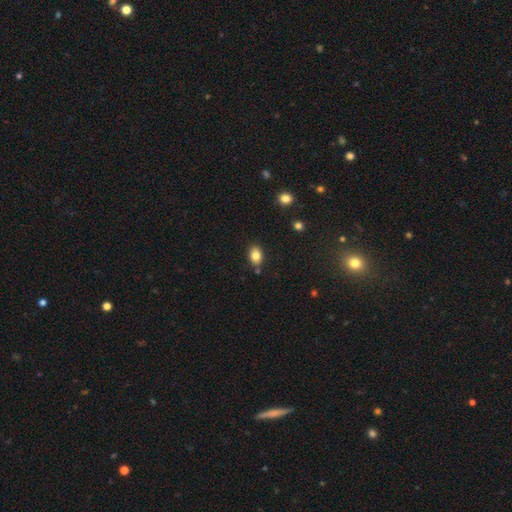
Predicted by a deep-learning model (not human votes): smooth_or_featured: smooth (p=0.82) [alt: star or artifact p=0.09]
how_rounded: in between (p=0.79) [alt: round p=0.20]
merging: none (p=0.80) [alt: minor disturbance p=0.13]